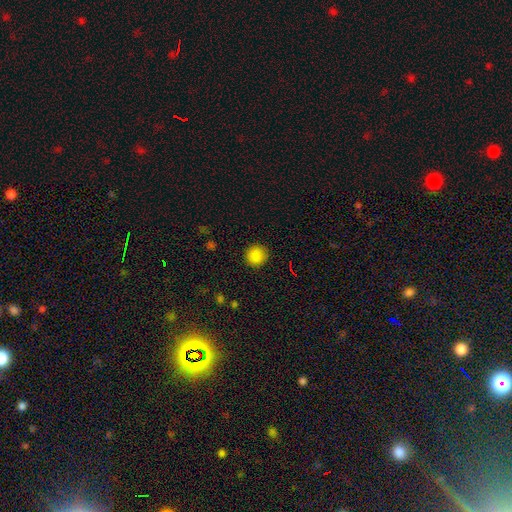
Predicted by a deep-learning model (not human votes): Morphology: type=smooth (87%); roundness=round (91%); merging=none (91%).